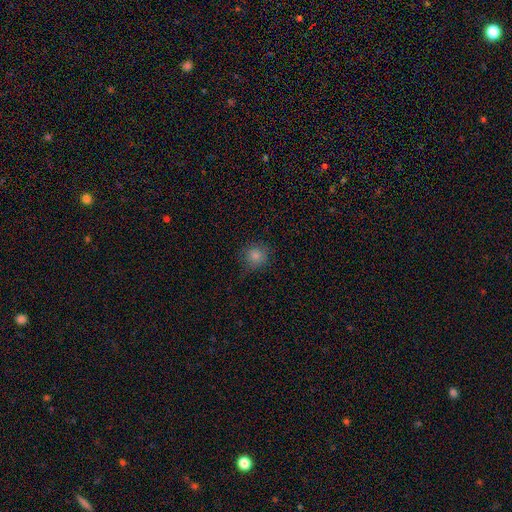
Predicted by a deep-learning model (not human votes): The model was most divided on "merging": none: 81%, minor disturbance: 14%, major disturbance: 4%, merger: 1%. More confident: how rounded — round (90%); smooth or featured — smooth (82%).